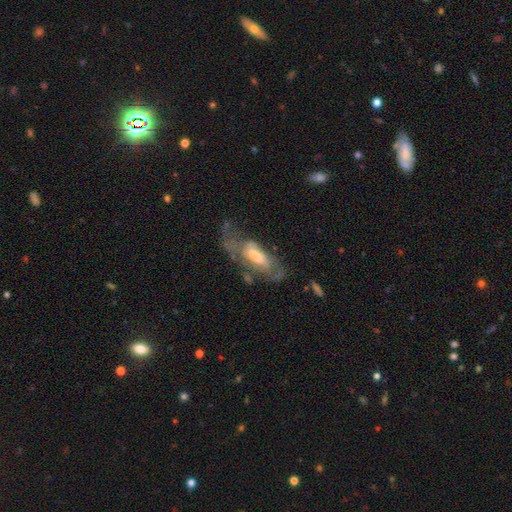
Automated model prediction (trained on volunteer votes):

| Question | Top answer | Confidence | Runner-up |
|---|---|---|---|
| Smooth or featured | featured or disk | 65% | smooth (28%) |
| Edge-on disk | no | 82% | yes (18%) |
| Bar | no | 45% | weak (41%) |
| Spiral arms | yes | 64% | no (36%) |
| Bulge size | moderate | 50% | large (25%) |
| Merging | none | 37% | major disturbance (34%) |